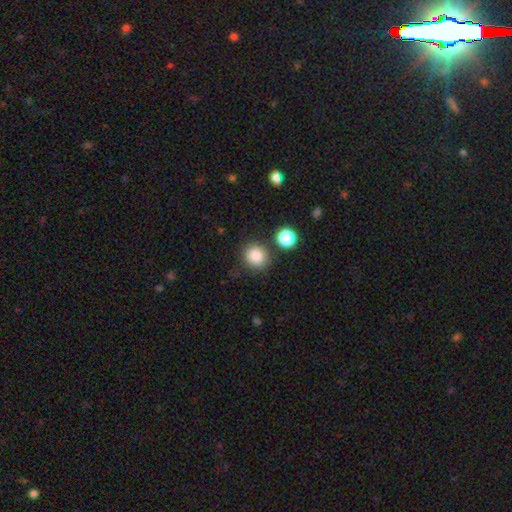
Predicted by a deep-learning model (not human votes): This appears to be a smooth galaxy with no disk features (85%) that is round (84%). Merging: none (80%).